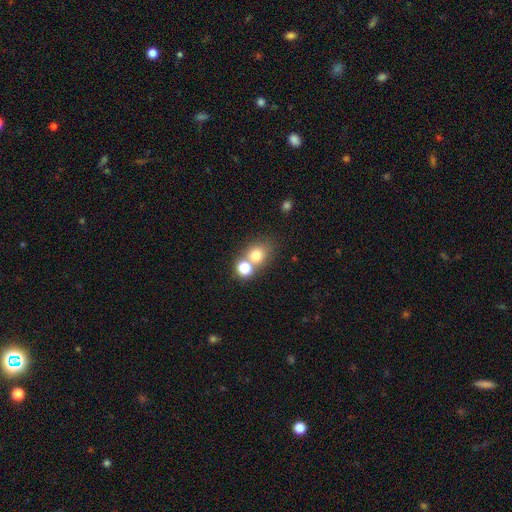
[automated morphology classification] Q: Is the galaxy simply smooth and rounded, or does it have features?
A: smooth — 74%.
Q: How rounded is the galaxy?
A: round — 69%.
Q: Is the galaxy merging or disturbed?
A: none — 46%.